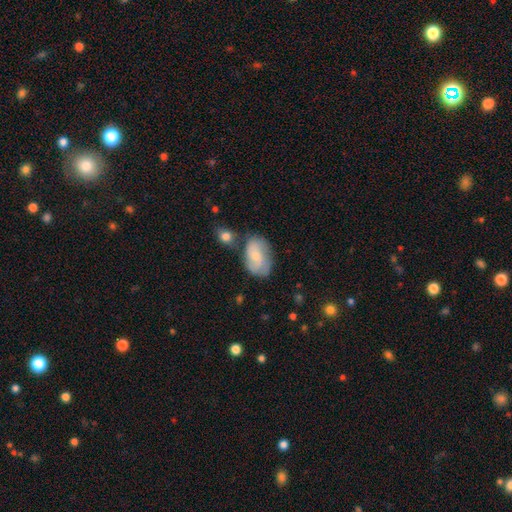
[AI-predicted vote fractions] The model was most divided on "smooth or featured": smooth: 54%, featured or disk: 39%, star or artifact: 7%. More confident: how rounded — in between (86%); merging — none (54%).